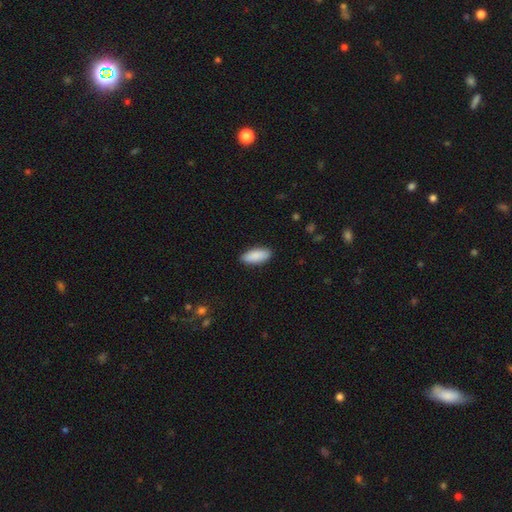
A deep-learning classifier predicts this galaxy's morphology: This appears to be a smooth galaxy with no disk features (90%) that is in between round and cigar-shaped (85%). Merging: none (89%).